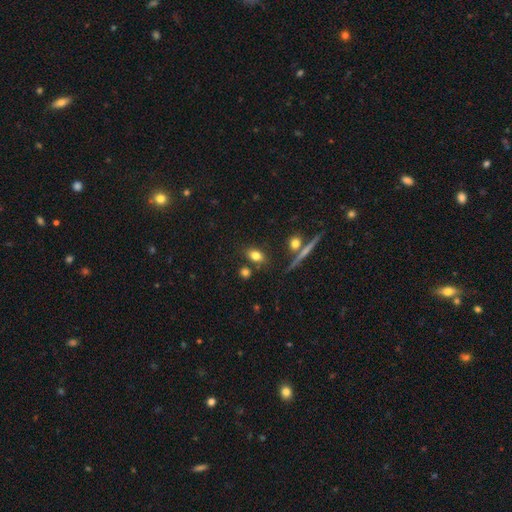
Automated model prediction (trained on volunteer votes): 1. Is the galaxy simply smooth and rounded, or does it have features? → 76% smooth, 12% featured or disk, 12% star or artifact.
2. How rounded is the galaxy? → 72% in between, 22% round, 6% cigar-shaped.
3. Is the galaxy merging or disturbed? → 75% none, 12% minor disturbance, 9% merger, 4% major disturbance.